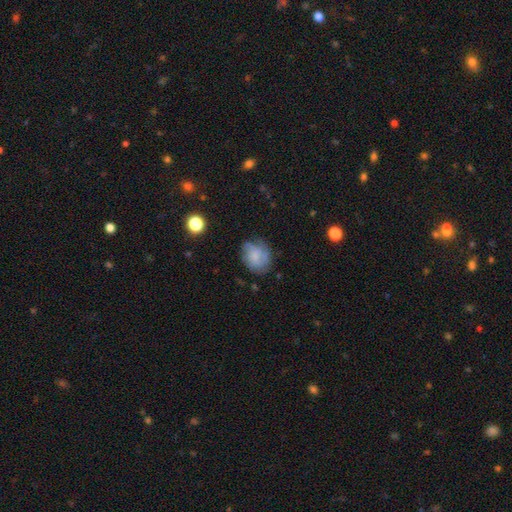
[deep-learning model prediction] This appears to be a smooth galaxy with no disk features (56%) that is round (50%). Merging: none (61%).